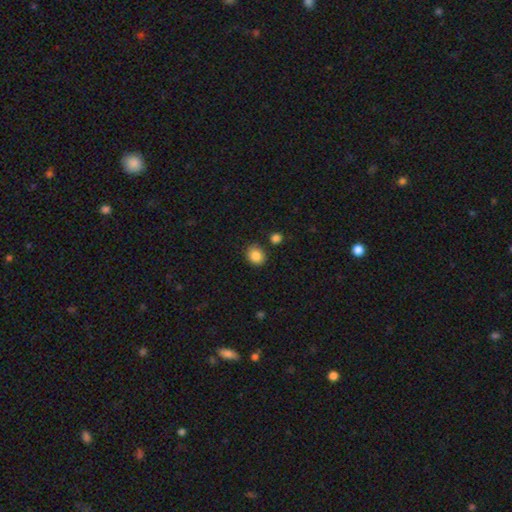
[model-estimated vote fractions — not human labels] This appears to be a smooth galaxy with no disk features (87%) that is round (69%). Merging: none (81%).